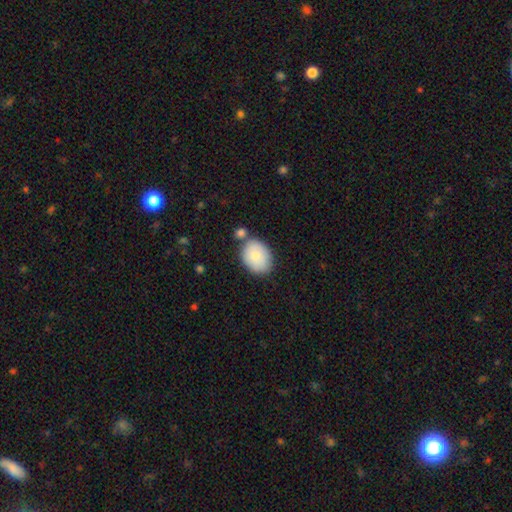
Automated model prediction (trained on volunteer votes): Smooth or featured? smooth (79%)
How rounded? in between (68%)
Merging? none (67%)